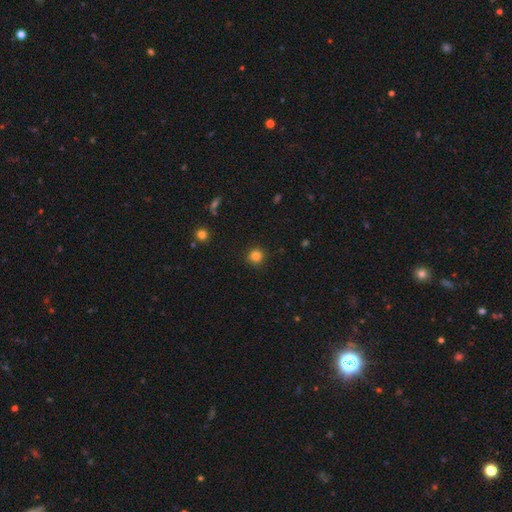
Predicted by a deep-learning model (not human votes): Smooth or featured?
  - smooth: 83% *
  - star or artifact: 13%
  - featured or disk: 4%
How rounded?
  - round: 94% *
  - in between: 5%
  - cigar-shaped: 1%
Merging?
  - none: 88% *
  - minor disturbance: 8%
  - major disturbance: 2%
  - merger: 1%